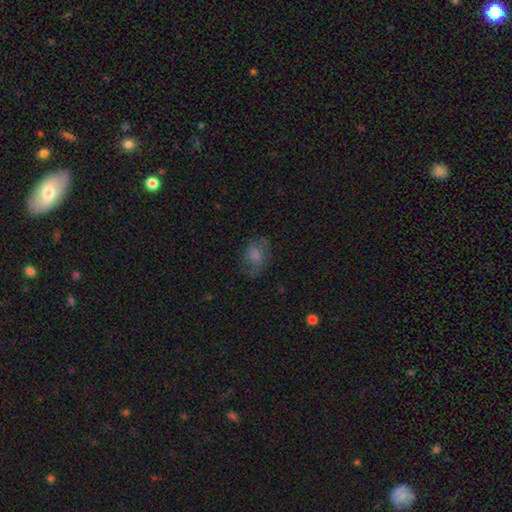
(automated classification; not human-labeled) smooth-or-featured: smooth: 61% | featured or disk: 22% | star or artifact: 17%
  how-rounded: in between: 61% | round: 37% | cigar-shaped: 1%
  merging: none: 63% | minor disturbance: 22% | major disturbance: 13% | merger: 2%